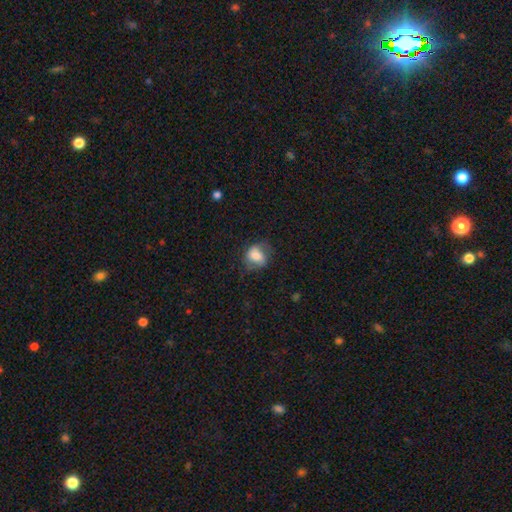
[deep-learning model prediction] Q: Smooth or featured?
A: smooth (67%); runner-up: featured or disk (25%)
Q: How rounded?
A: in between (49%); tied with: round (49%)
Q: Merging?
A: none (55%); runner-up: minor disturbance (27%)